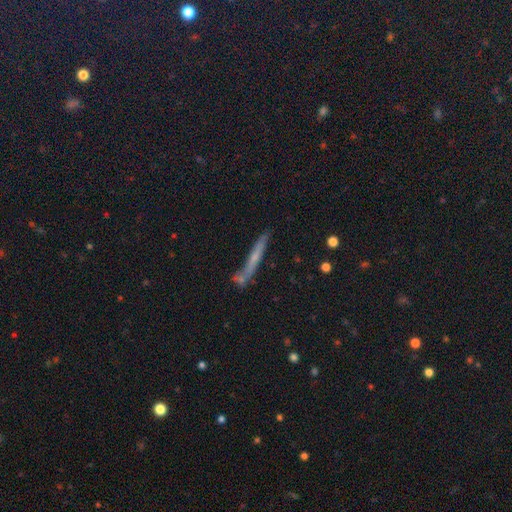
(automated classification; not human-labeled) Morphology: type=featured or disk (46%); merging=none (69%).